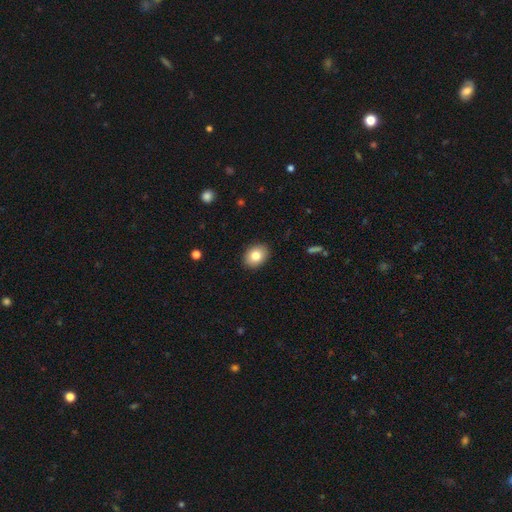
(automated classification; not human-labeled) Overall: smooth (81%). How rounded: in between (70%). Merging: none (90%).